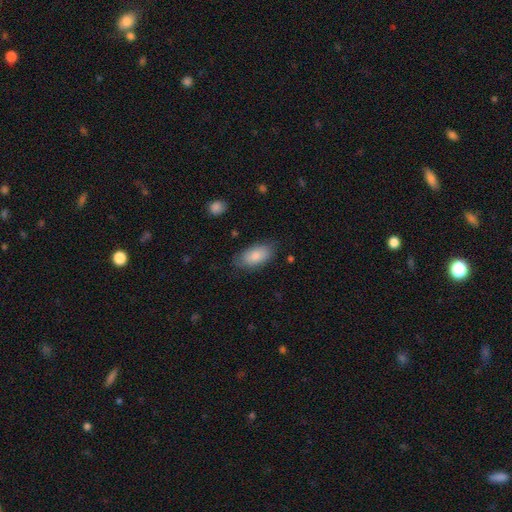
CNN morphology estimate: A smooth galaxy with no disk features (84%) that is in between round and cigar-shaped (93%).

Vote fractions:
- Smooth or featured? smooth: 84% / featured or disk: 10% / star or artifact: 6%
- How rounded? in between: 93% / cigar-shaped: 4% / round: 3%
- Merging? none: 78% / minor disturbance: 17% / major disturbance: 4% / merger: 1%